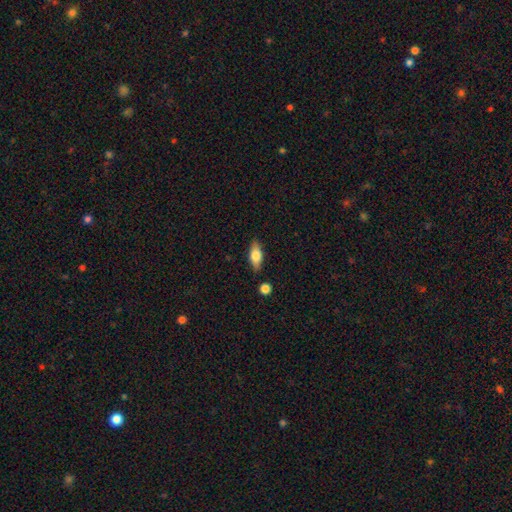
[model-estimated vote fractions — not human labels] Smooth or featured? Predicted: smooth (p=0.69). How rounded? Predicted: in between (p=0.79). Merging? Predicted: none (p=0.83).